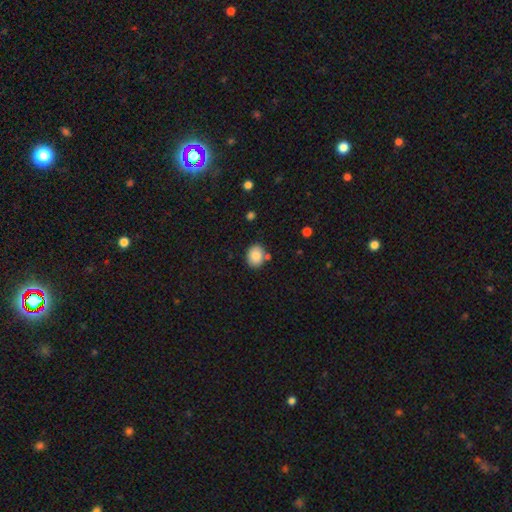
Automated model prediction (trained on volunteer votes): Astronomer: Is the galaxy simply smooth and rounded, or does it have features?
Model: smooth — 85%.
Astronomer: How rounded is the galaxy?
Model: in between — 54% (runner-up: round, 46%).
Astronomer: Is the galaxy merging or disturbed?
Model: none — 78%.